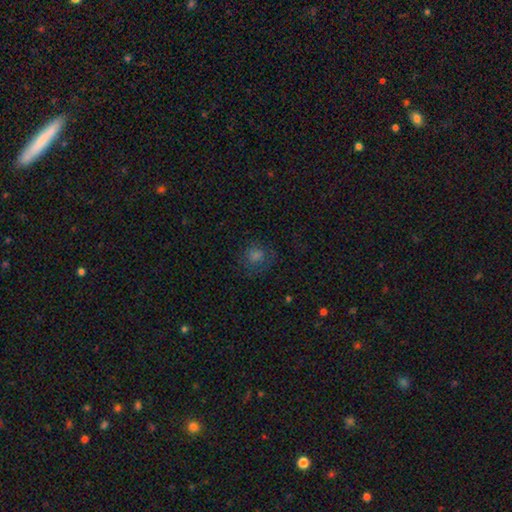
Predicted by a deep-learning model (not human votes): Smooth or featured? smooth (64%)
How rounded? round (79%)
Merging? none (74%)